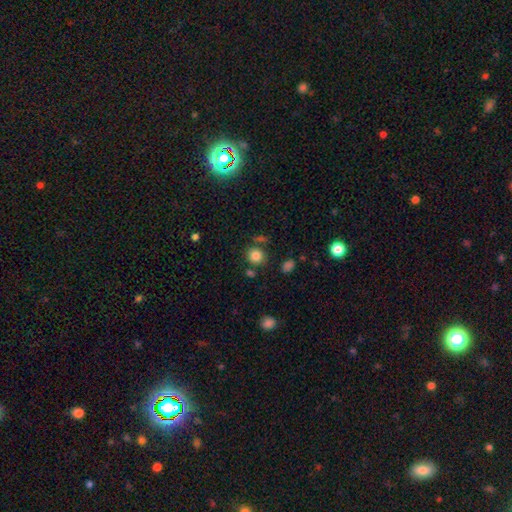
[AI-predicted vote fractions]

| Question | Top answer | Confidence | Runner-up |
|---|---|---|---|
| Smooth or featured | smooth | 83% | star or artifact (11%) |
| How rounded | round | 83% | in between (16%) |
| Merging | none | 76% | minor disturbance (11%) |